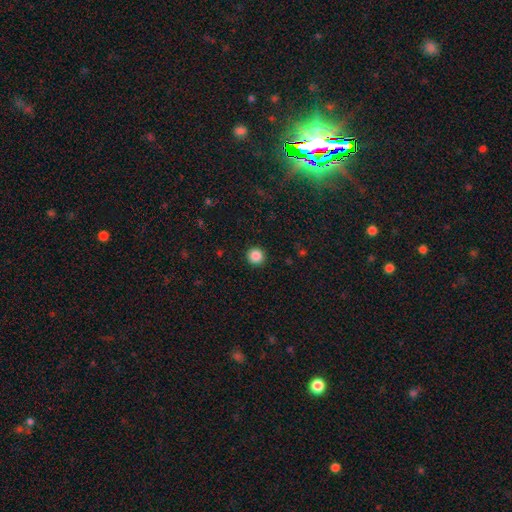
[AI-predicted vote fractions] This is clearly a smooth galaxy (86%). How rounded: clearly round (95%). Merging: clearly none (93%).